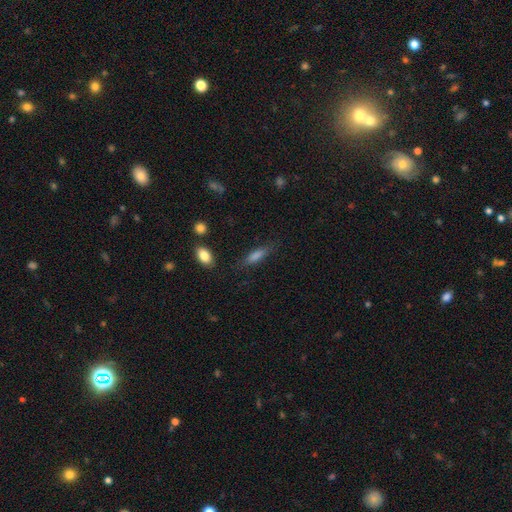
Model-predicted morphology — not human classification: A smooth galaxy with no disk features (70%) that is cigar-shaped (66%).

Vote fractions:
- Smooth or featured? smooth: 70% / featured or disk: 19% / star or artifact: 10%
- How rounded? cigar-shaped: 66% / in between: 32% / round: 3%
- Merging? none: 77% / minor disturbance: 16% / major disturbance: 5% / merger: 2%